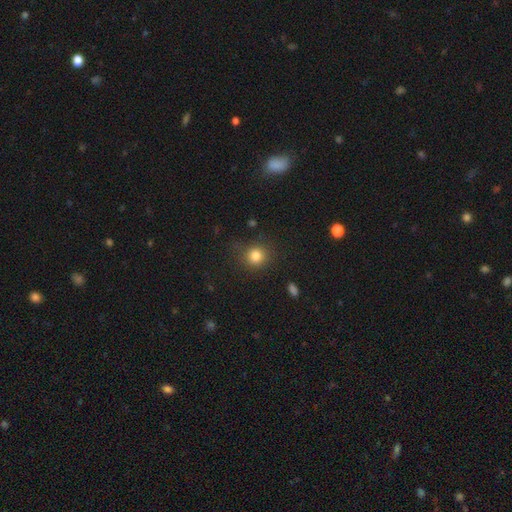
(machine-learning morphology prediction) Overall: smooth (82%). How rounded: round (88%). Merging: none (82%).